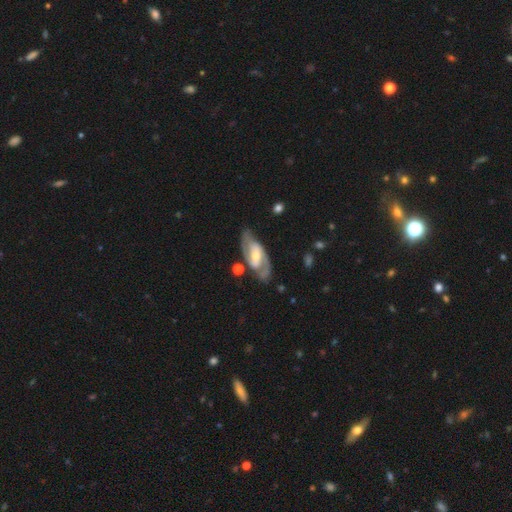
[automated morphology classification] A featured or disk galaxy (86%) with a weak bar (40%), 2 (89%) medium (50%) spiral arms (95%) and a moderate central bulge (54%).

Vote fractions:
- Smooth or featured? featured or disk: 86% / smooth: 10% / star or artifact: 5%
- Edge-on disk? no: 94% / yes: 6%
- Bar? weak: 40% / strong: 32% / no: 28%
- Spiral arms? yes: 95% / no: 5%
- Spiral winding? medium: 50% / tight: 36% / loose: 13%
- Spiral arm count? 2: 89% / can't tell: 5% / 3: 2% / 1: 2% / 4: 1% / more than 4: 1%
- Bulge size? moderate: 54% / small: 39% / large: 4% / none: 2% / dominant: 1%
- Merging? none: 77% / minor disturbance: 15% / major disturbance: 5% / merger: 3%